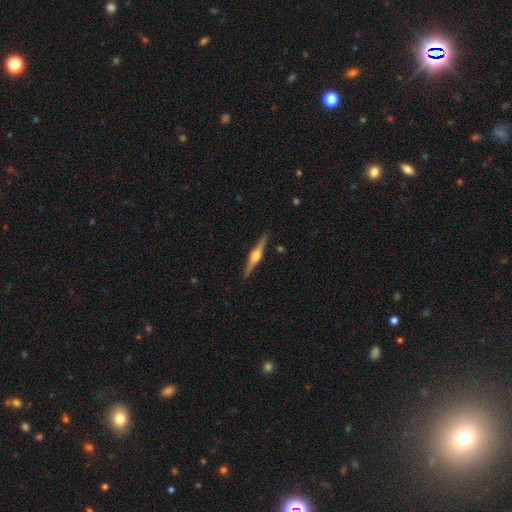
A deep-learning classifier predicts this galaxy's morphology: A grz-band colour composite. It shows a featured or disk galaxy (80%) viewed edge-on (98%) with a rounded central bulge (92%). Merging: none (91%).